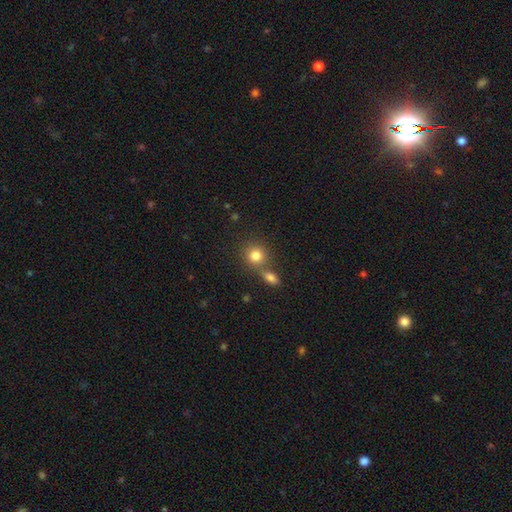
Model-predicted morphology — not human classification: smooth_or_featured: smooth (p=0.81) [alt: star or artifact p=0.11]
how_rounded: round (p=0.84) [alt: in between p=0.15]
merging: none (p=0.56) [alt: merger p=0.31]